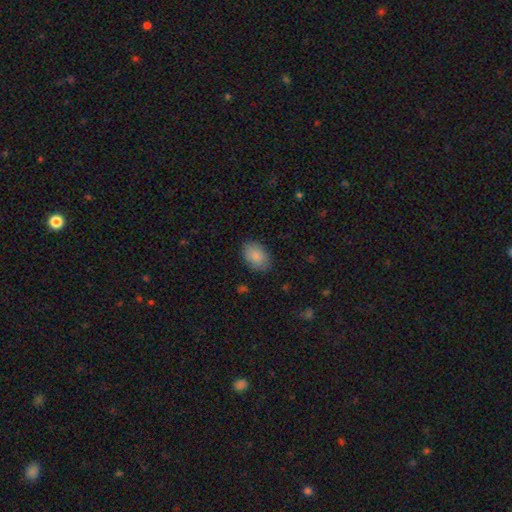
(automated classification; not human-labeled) A smooth galaxy with no disk features (88%) that is in between round and cigar-shaped (84%).

Vote fractions:
- Smooth or featured? smooth: 88% / star or artifact: 7% / featured or disk: 5%
- How rounded? in between: 84% / round: 15% / cigar-shaped: 1%
- Merging? none: 84% / minor disturbance: 12% / major disturbance: 3% / merger: 1%